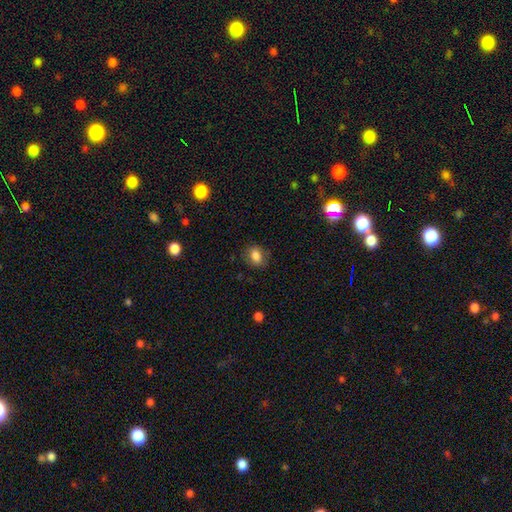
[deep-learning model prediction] smooth-or-featured: smooth: 82% | star or artifact: 9% | featured or disk: 9%
  how-rounded: in between: 68% | round: 30% | cigar-shaped: 2%
  merging: none: 81% | minor disturbance: 14% | major disturbance: 4% | merger: 1%